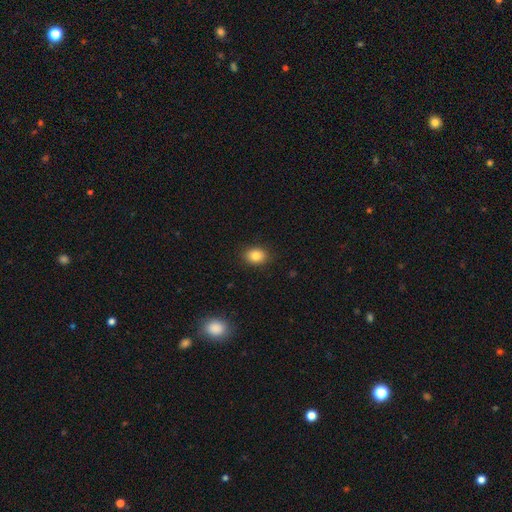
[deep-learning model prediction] A smooth galaxy with no disk features (84%) that is in between round and cigar-shaped (61%).

Vote fractions:
- Smooth or featured? smooth: 84% / star or artifact: 10% / featured or disk: 6%
- How rounded? in between: 61% / round: 38% / cigar-shaped: 1%
- Merging? none: 89% / minor disturbance: 8% / major disturbance: 2% / merger: 1%